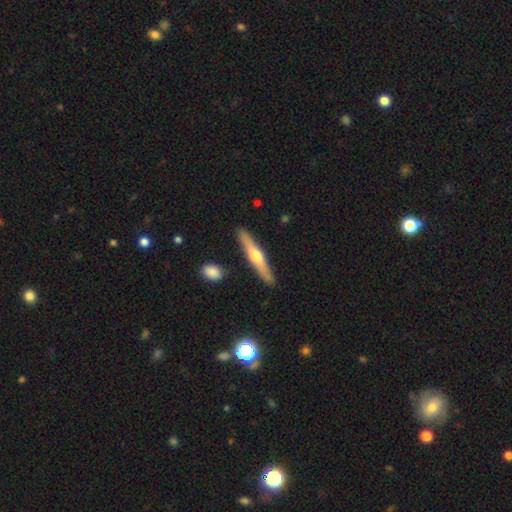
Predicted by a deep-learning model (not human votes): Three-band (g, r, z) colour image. It shows a featured or disk galaxy (62%) viewed edge-on (96%) with a rounded central bulge (90%). Merging: none (89%).